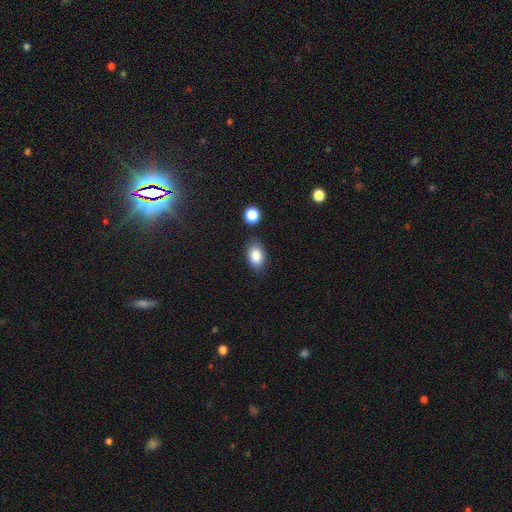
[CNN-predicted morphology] Q: Smooth or featured?
A: smooth (86%); runner-up: star or artifact (8%)
Q: How rounded?
A: in between (83%); runner-up: round (15%)
Q: Merging?
A: none (75%); runner-up: minor disturbance (16%)